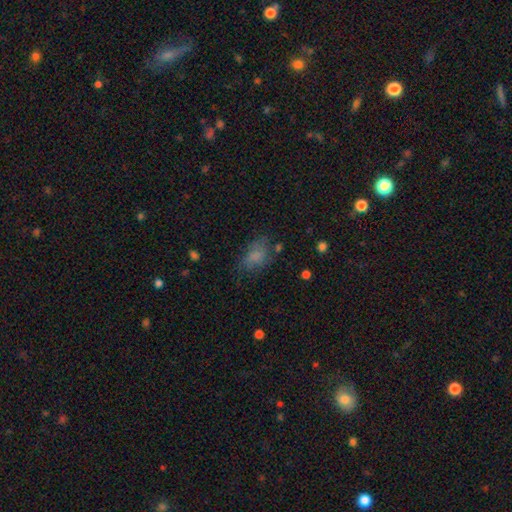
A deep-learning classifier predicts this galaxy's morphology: A smooth galaxy with no disk features (72%) that is in between round and cigar-shaped (84%).

Vote fractions:
- Smooth or featured? smooth: 72% / featured or disk: 15% / star or artifact: 13%
- How rounded? in between: 84% / round: 13% / cigar-shaped: 3%
- Merging? none: 55% / minor disturbance: 25% / major disturbance: 16% / merger: 4%